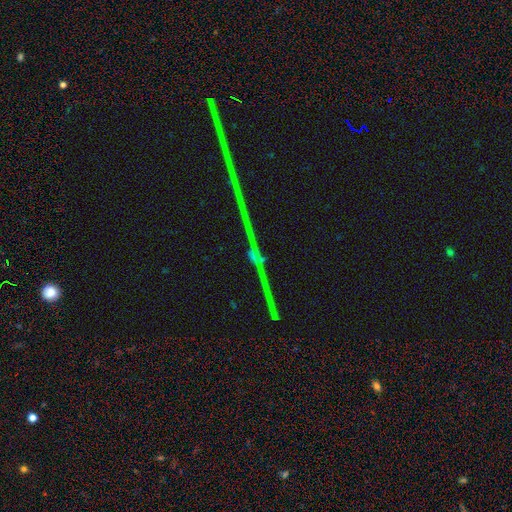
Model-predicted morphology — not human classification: Overall: star or artifact (82%).